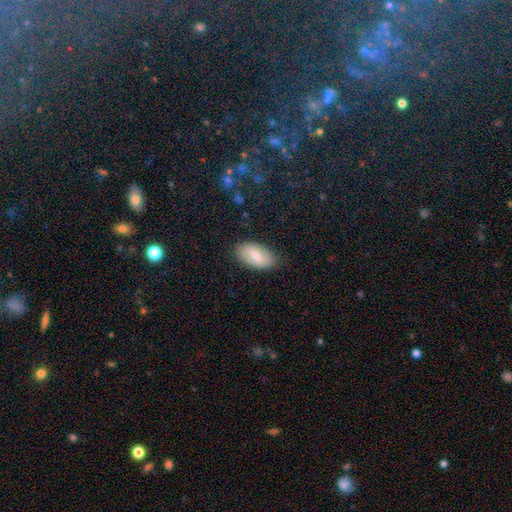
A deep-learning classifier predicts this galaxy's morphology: Q: Smooth or featured?
A: smooth (67%); runner-up: featured or disk (27%)
Q: How rounded?
A: in between (94%); runner-up: round (4%)
Q: Merging?
A: none (83%); runner-up: minor disturbance (13%)